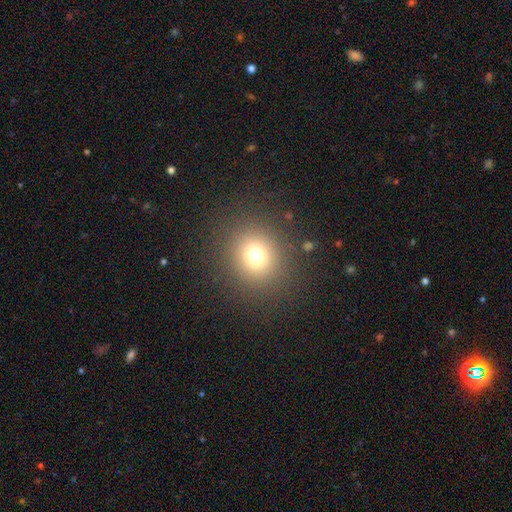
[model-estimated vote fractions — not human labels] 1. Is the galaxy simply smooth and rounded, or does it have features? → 72% smooth, 19% star or artifact, 9% featured or disk.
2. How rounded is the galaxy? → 89% round, 10% in between, 1% cigar-shaped.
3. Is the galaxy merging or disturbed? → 88% none, 6% minor disturbance, 4% major disturbance, 1% merger.